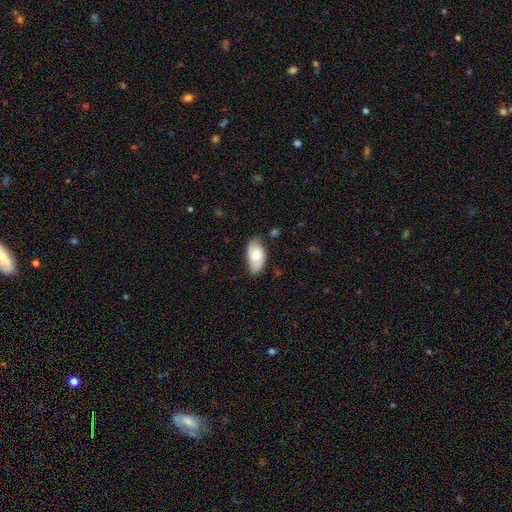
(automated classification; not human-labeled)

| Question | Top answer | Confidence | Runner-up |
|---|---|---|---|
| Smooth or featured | smooth | 67% | featured or disk (27%) |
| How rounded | in between | 95% | round (3%) |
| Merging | none | 72% | minor disturbance (22%) |